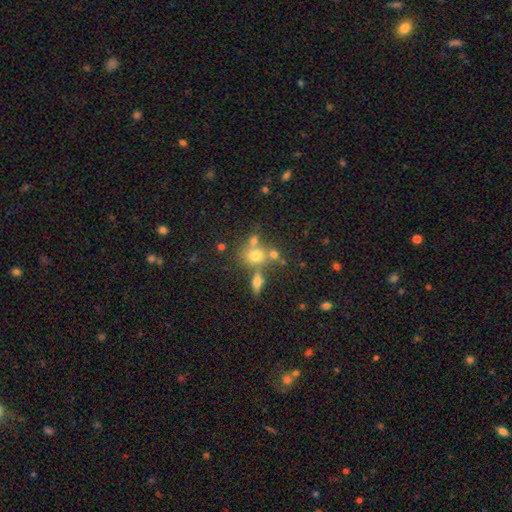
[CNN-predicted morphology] Smooth or featured? Predicted: smooth (p=0.68). How rounded? Predicted: round (p=0.67). Merging? Predicted: none (p=0.45).